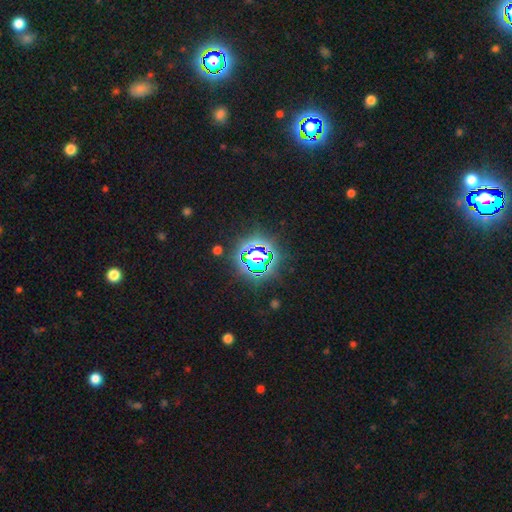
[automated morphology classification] Smooth or featured? star or artifact (71%)